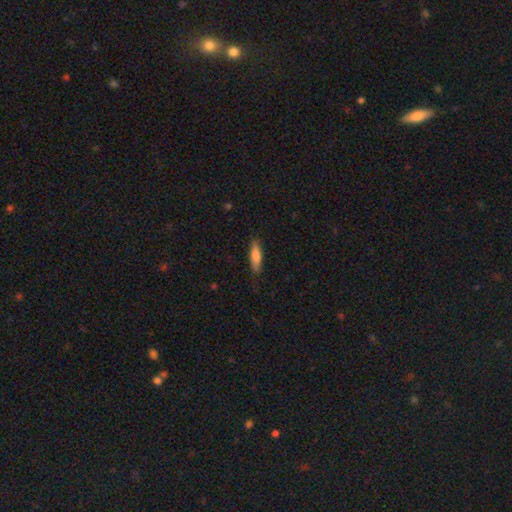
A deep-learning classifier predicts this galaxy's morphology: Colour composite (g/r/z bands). It shows a smooth galaxy with no disk features (74%) that is cigar-shaped (65%). Merging: none (85%).